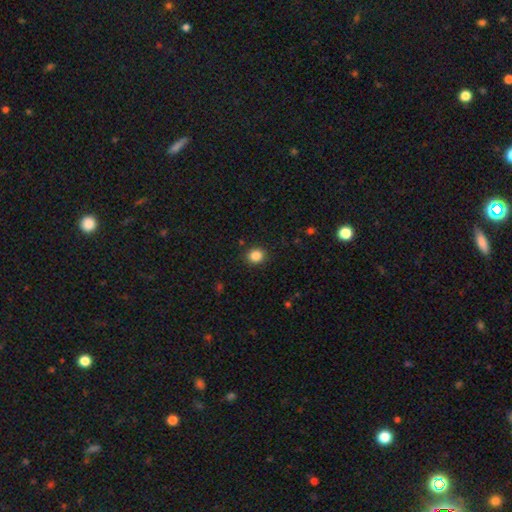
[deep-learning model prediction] Smooth or featured? smooth (86%)
How rounded? round (81%)
Merging? none (90%)